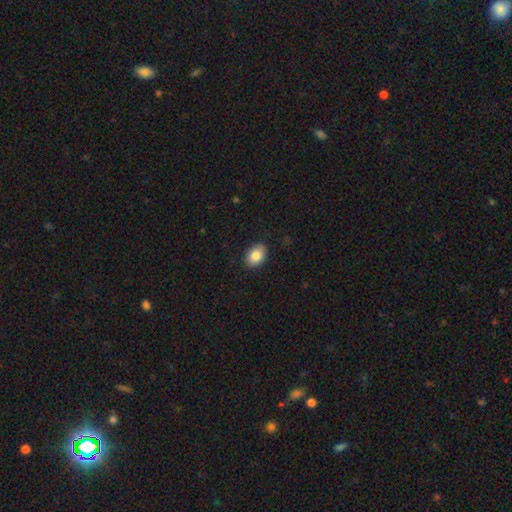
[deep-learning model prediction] Q: Smooth or featured?
A: smooth (85%); runner-up: star or artifact (8%)
Q: How rounded?
A: in between (78%); runner-up: round (21%)
Q: Merging?
A: none (89%); runner-up: minor disturbance (9%)